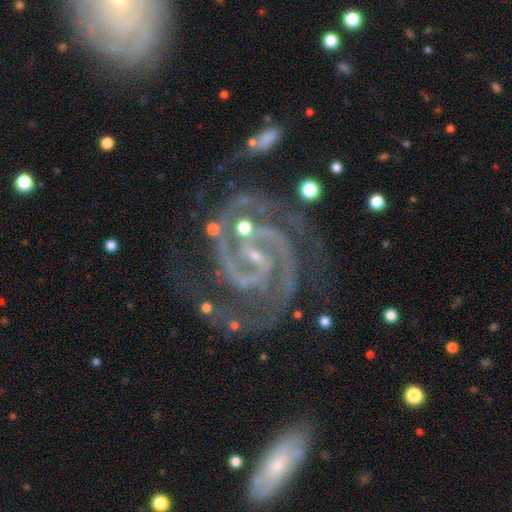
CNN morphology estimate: A featured or disk galaxy (94%) with a weak bar (40%), 2 (81%) tight (58%) spiral arms (99%) and a small central bulge (82%).

Vote fractions:
- Smooth or featured? featured or disk: 94% / star or artifact: 4% / smooth: 2%
- Edge-on disk? no: 98% / yes: 2%
- Bar? weak: 40% / strong: 36% / no: 24%
- Spiral arms? yes: 99% / no: 1%
- Spiral winding? tight: 58% / medium: 38% / loose: 4%
- Spiral arm count? 2: 81% / 3: 9% / can't tell: 3% / 4: 2% / 1: 2% / more than 4: 2%
- Bulge size? small: 82% / moderate: 10% / none: 6% / large: 1% / dominant: 1%
- Merging? none: 64% / minor disturbance: 19% / major disturbance: 10% / merger: 6%